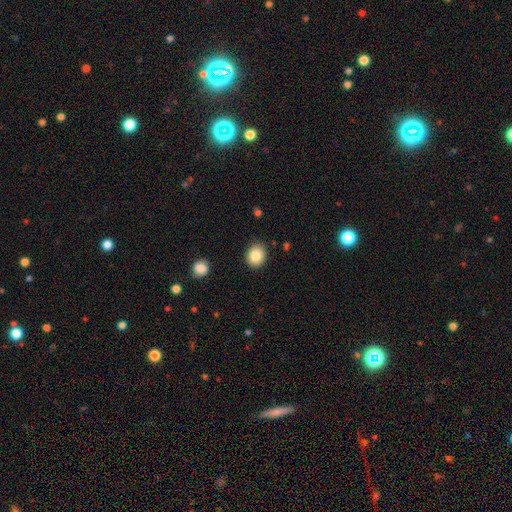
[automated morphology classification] A smooth galaxy with no disk features (85%) that is round (64%). Merging: none (88%).